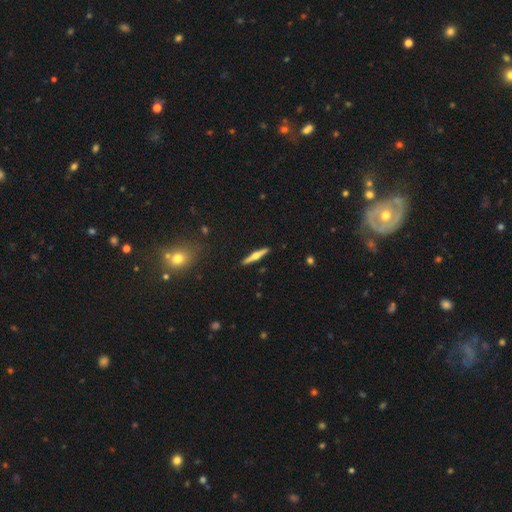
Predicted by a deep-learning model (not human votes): This is likely a featured or disk galaxy (65%). It is clearly viewed edge-on (97%). Edge-on bulge: clearly rounded (93%). Merging: clearly none (91%).